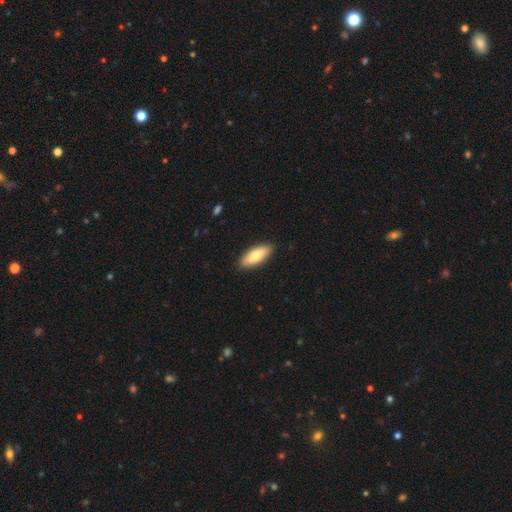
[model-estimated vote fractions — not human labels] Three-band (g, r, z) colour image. It shows a smooth galaxy with no disk features (76%) that is in between round and cigar-shaped (73%). Merging: none (90%).